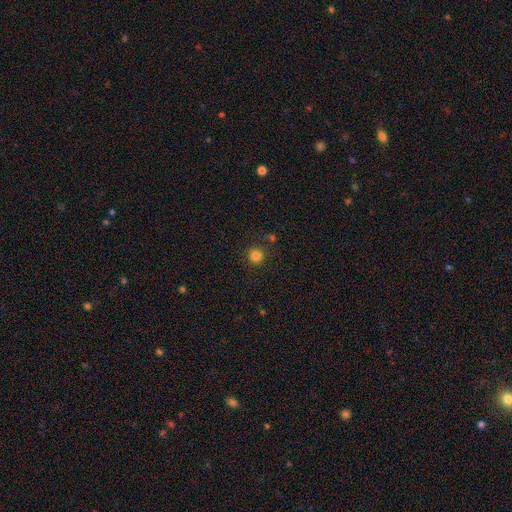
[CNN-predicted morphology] smooth_or_featured: smooth (p=0.82) [alt: star or artifact p=0.13]
how_rounded: round (p=0.93) [alt: in between p=0.06]
merging: none (p=0.86) [alt: minor disturbance p=0.08]